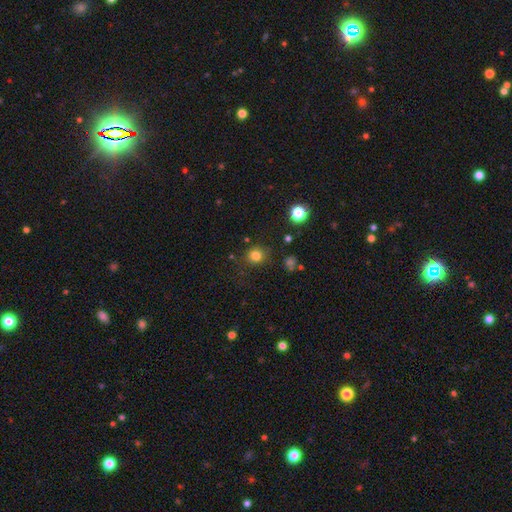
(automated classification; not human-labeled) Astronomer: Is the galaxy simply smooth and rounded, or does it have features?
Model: smooth — 80%.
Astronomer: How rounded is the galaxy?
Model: round — 87%.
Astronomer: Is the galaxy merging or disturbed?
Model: none — 82%.